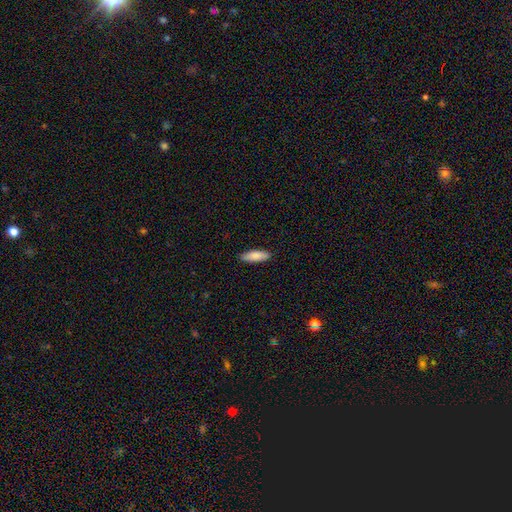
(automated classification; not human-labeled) Morphology: type=smooth (86%); roundness=in between (52%); merging=none (89%).